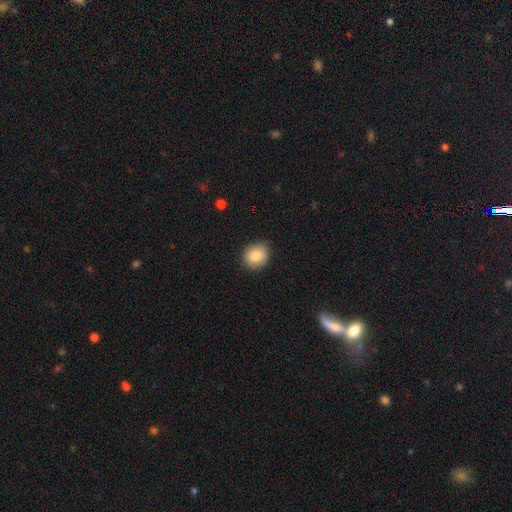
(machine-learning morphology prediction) The model was most divided on "how rounded": round: 77%, in between: 22%, cigar-shaped: 1%. More confident: merging — none (83%); smooth or featured — smooth (82%).